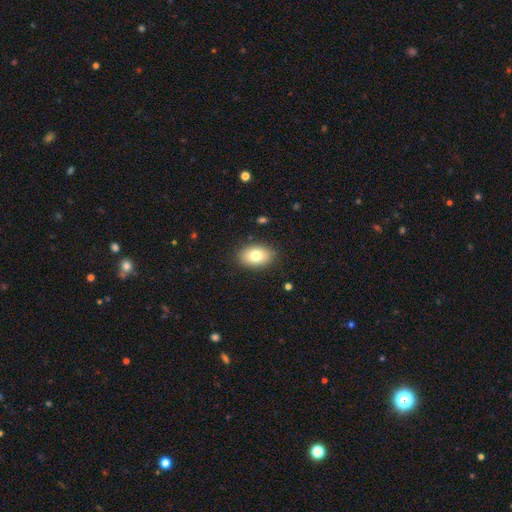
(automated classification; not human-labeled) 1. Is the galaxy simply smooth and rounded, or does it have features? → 77% smooth, 15% featured or disk, 8% star or artifact.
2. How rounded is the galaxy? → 84% in between, 14% round, 1% cigar-shaped.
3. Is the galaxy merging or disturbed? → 87% none, 10% minor disturbance, 3% major disturbance, 1% merger.